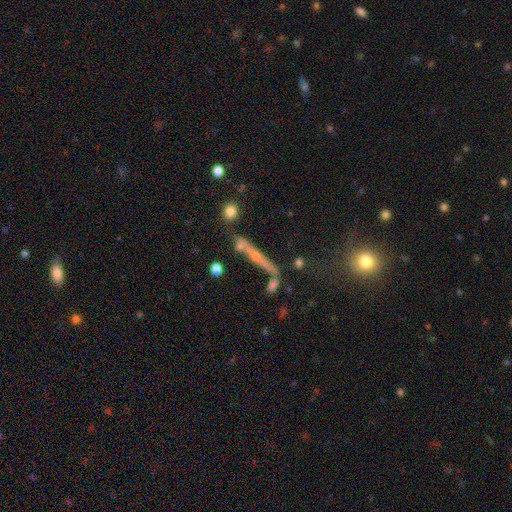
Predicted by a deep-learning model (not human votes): Overall: featured or disk (62%; smooth 27%). Edge-on disk: yes (90%). Edge-on bulge: rounded (67%; none 28%). Merging: none (62%).